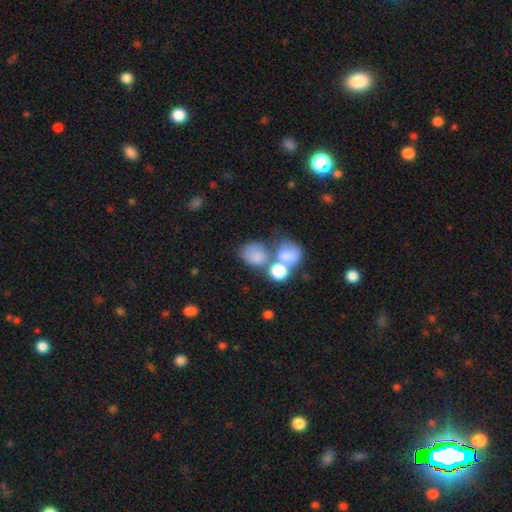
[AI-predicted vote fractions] Overall: smooth (71%). How rounded: round (55%; in between 44%). Merging: merger (51%; none 27%).